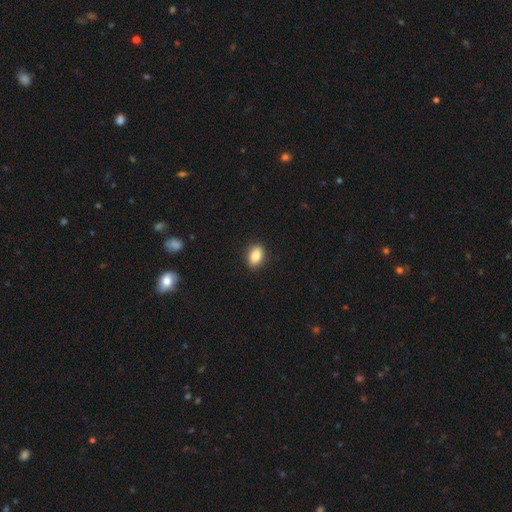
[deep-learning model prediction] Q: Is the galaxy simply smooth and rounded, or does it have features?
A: smooth — 86%.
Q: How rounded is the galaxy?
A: in between — 81%.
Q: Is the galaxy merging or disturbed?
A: none — 89%.